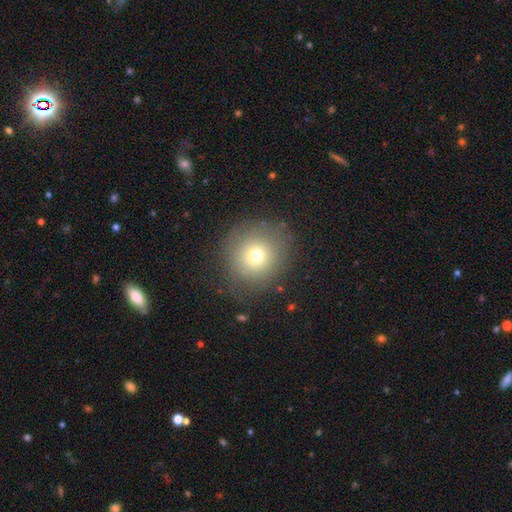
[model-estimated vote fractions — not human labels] smooth 71%, star or artifact 15%, featured or disk 14%. Down the decision tree: how rounded — round (91%); merging — none (82%).